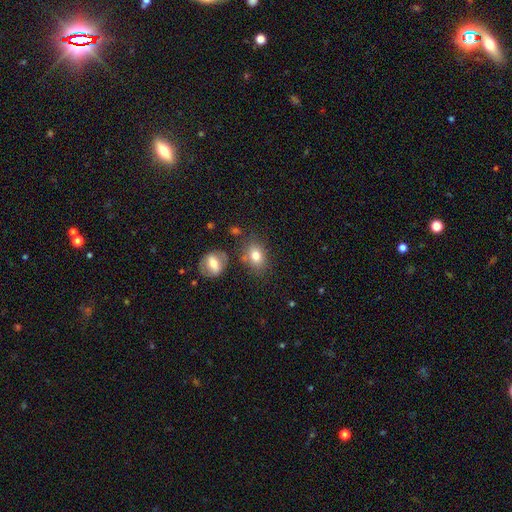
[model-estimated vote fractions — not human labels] A smooth galaxy with no disk features (79%) that is in between round and cigar-shaped (65%).

Vote fractions:
- Smooth or featured? smooth: 79% / featured or disk: 11% / star or artifact: 10%
- How rounded? in between: 65% / round: 34% / cigar-shaped: 1%
- Merging? none: 69% / minor disturbance: 16% / merger: 10% / major disturbance: 5%